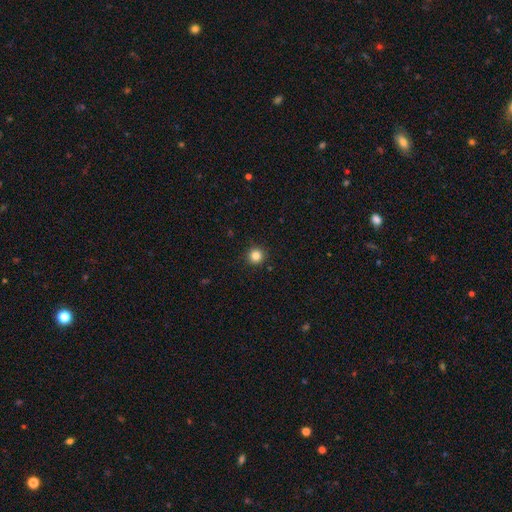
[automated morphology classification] type=smooth (84%); roundness=round (95%); merging=none (92%).